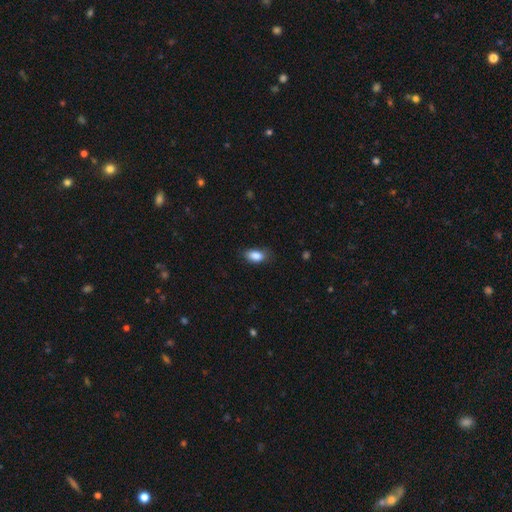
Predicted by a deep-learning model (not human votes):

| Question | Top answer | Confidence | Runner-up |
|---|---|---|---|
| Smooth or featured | smooth | 88% | star or artifact (8%) |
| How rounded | in between | 90% | round (5%) |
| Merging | none | 77% | minor disturbance (18%) |